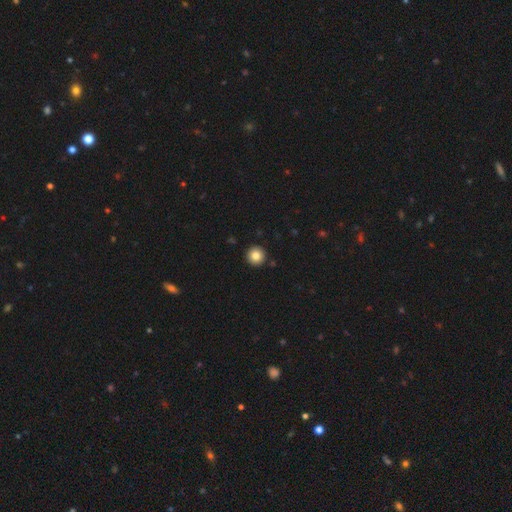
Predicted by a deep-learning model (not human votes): Morphology: type=smooth (84%); roundness=round (96%); merging=none (93%).